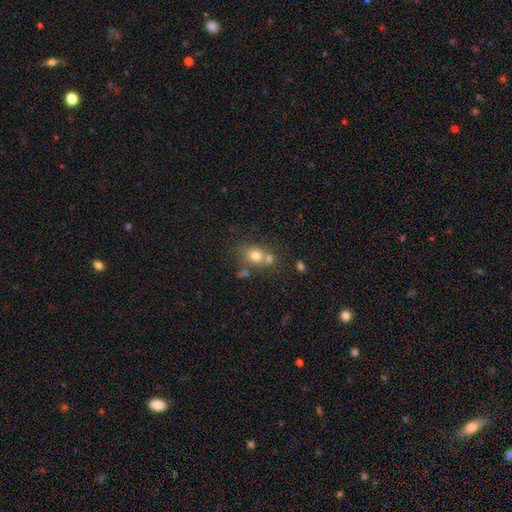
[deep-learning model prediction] Smooth or featured?
  - smooth: 74% *
  - featured or disk: 14%
  - star or artifact: 12%
How rounded?
  - in between: 52% *
  - round: 46%
  - cigar-shaped: 2%
Merging?
  - none: 48% *
  - merger: 35%
  - minor disturbance: 12%
  - major disturbance: 5%